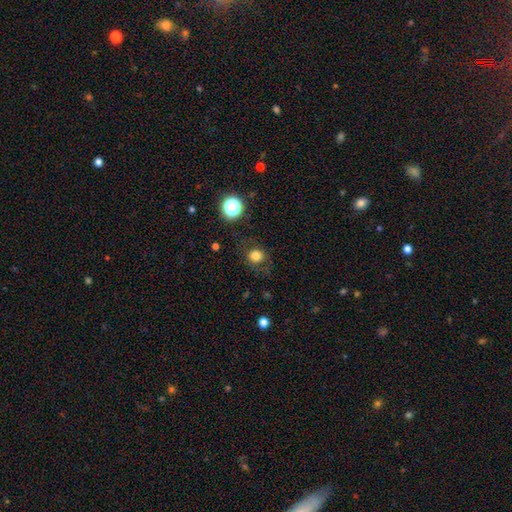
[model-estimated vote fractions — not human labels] Q: Smooth or featured?
A: smooth (79%); runner-up: star or artifact (14%)
Q: How rounded?
A: round (84%); runner-up: in between (15%)
Q: Merging?
A: none (77%); runner-up: minor disturbance (14%)